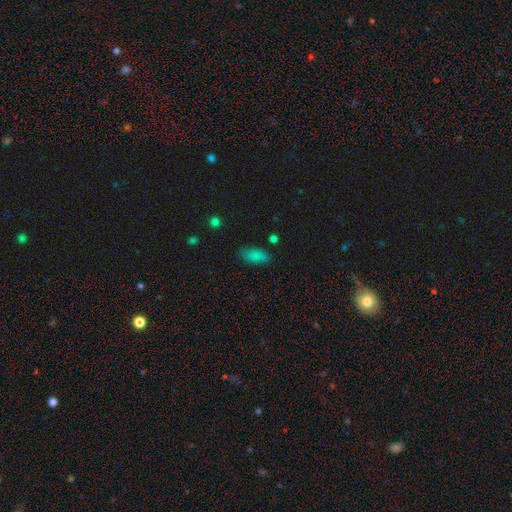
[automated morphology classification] smooth-or-featured: smooth: 79% | star or artifact: 15% | featured or disk: 6%
  how-rounded: in between: 85% | cigar-shaped: 12% | round: 3%
  merging: none: 80% | minor disturbance: 15% | major disturbance: 3% | merger: 2%